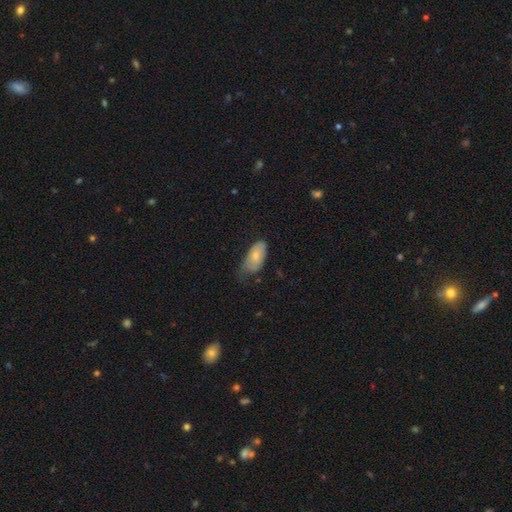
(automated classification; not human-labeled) Morphology: type=smooth (75%); roundness=in between (93%); merging=minor disturbance (44%).